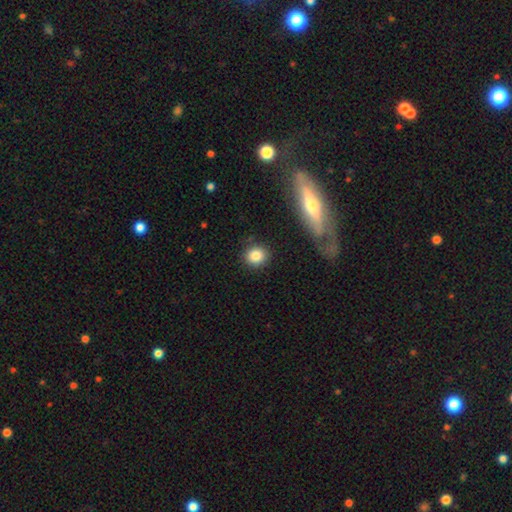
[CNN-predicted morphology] The model was most divided on "how rounded": round: 83%, in between: 16%, cigar-shaped: 2%. More confident: merging — none (88%); smooth or featured — smooth (84%).